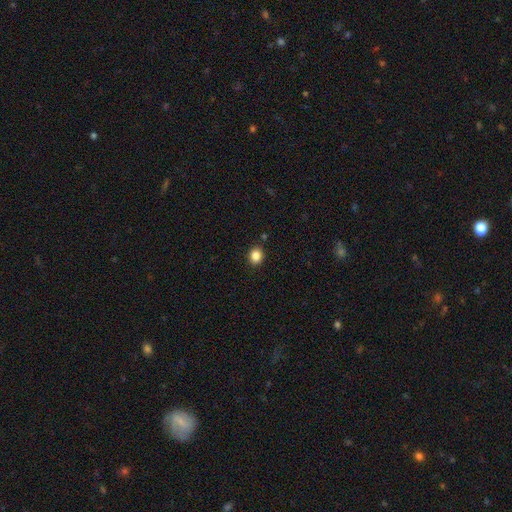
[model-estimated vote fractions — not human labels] smooth 86%, star or artifact 10%, featured or disk 4%. Down the decision tree: how rounded — round (68%); merging — none (88%).